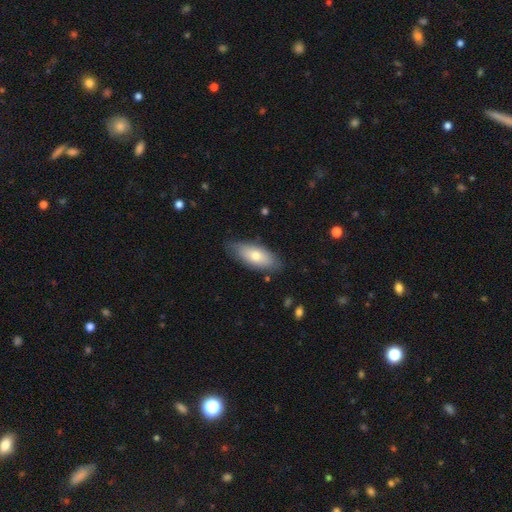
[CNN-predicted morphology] Overall: smooth (70%). How rounded: in between (83%). Merging: none (79%).